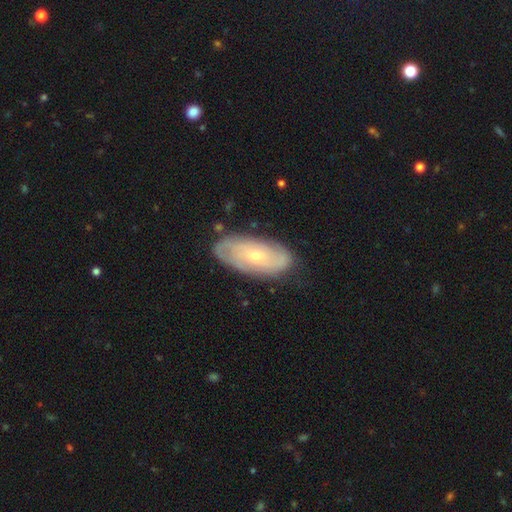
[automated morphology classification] This is likely a featured or disk galaxy (64%). It is clearly not viewed edge-on (90%). Bar: likely no (76%). Spiral arm pattern: clearly yes (81%). Central bulge: likely small (73%). Merging: likely none (78%).